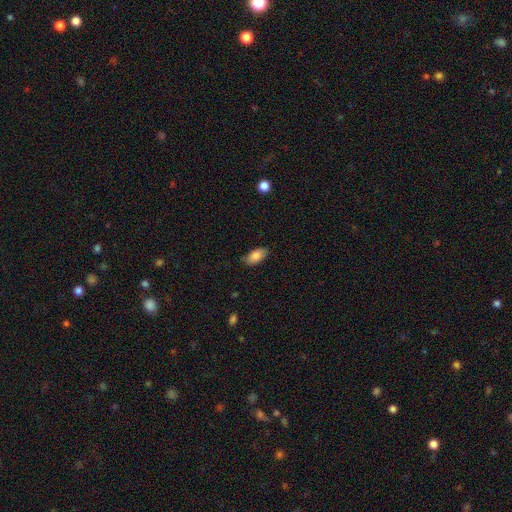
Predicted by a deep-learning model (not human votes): Smooth or featured: smooth — 85% (featured or disk — 8%)
How rounded: in between — 92% (cigar-shaped — 4%)
Merging: none — 82% (minor disturbance — 14%)